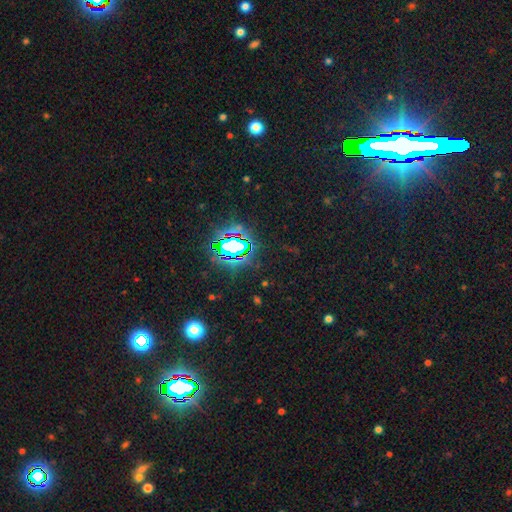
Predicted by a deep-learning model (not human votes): Morphology: type=star or artifact (82%).